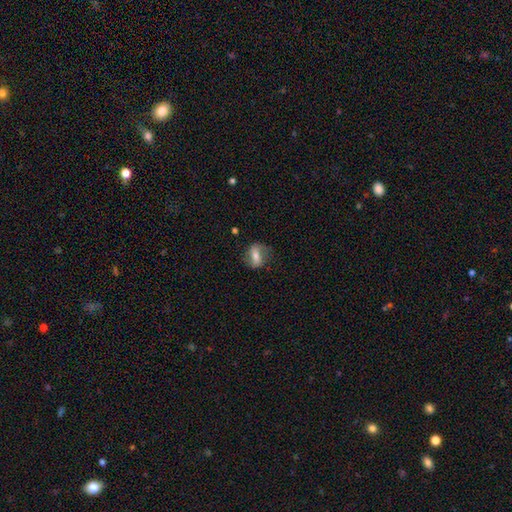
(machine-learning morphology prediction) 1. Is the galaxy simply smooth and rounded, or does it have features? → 52% smooth, 40% featured or disk, 8% star or artifact.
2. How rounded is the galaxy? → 69% in between, 25% round, 6% cigar-shaped.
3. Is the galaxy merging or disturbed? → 70% none, 20% minor disturbance, 9% major disturbance, 2% merger.